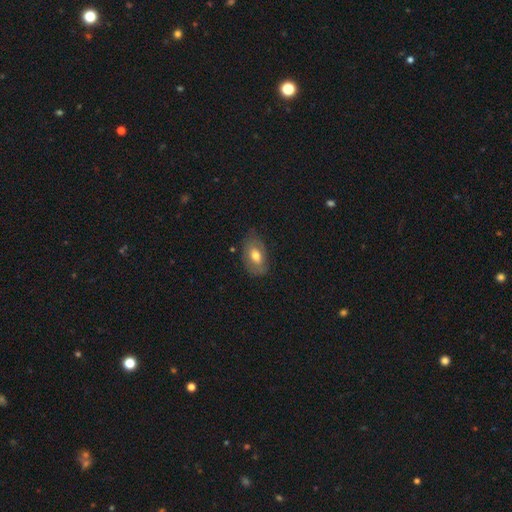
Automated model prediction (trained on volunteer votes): Smooth or featured: smooth — 61% (featured or disk — 31%)
How rounded: in between — 89% (round — 9%)
Merging: none — 69% (minor disturbance — 23%)